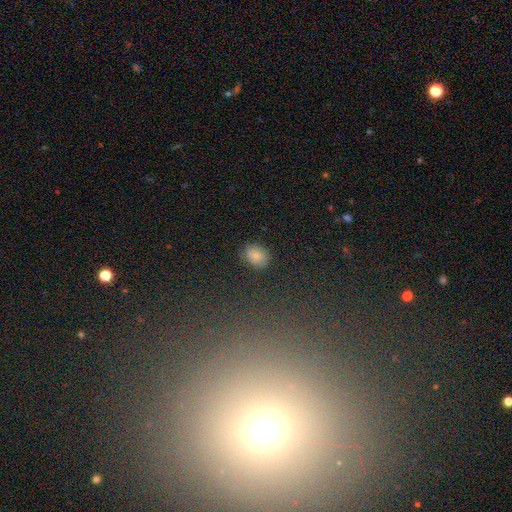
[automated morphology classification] This appears to be a smooth galaxy with no disk features (79%) that is in between round and cigar-shaped (61%). Merging: none (83%).